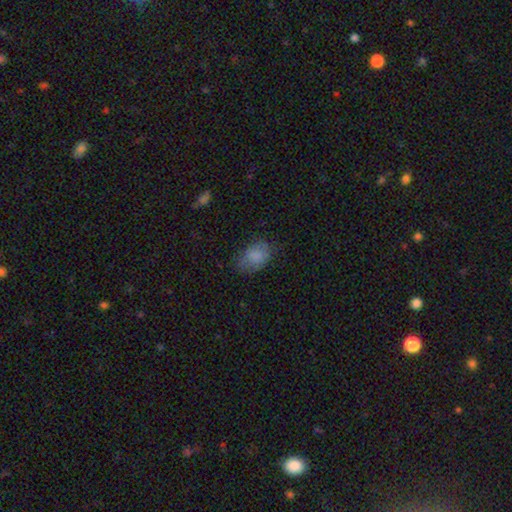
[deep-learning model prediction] smooth-or-featured: smooth: 80% | featured or disk: 11% | star or artifact: 9%
  how-rounded: in between: 84% | round: 15% | cigar-shaped: 1%
  merging: none: 62% | minor disturbance: 26% | major disturbance: 10% | merger: 2%